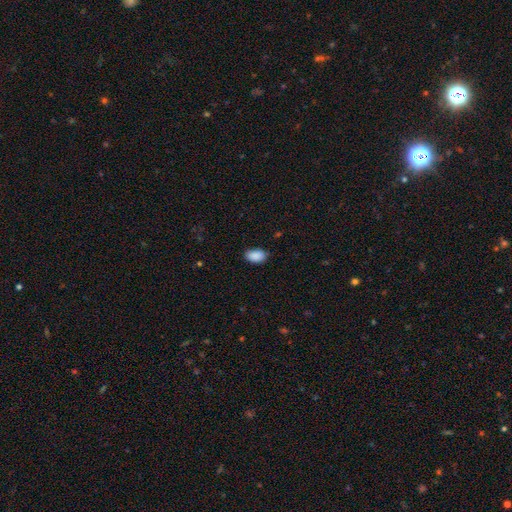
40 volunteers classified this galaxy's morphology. Smooth or featured? smooth (95%)
How rounded? in between (92%)
Merging? none (82%)